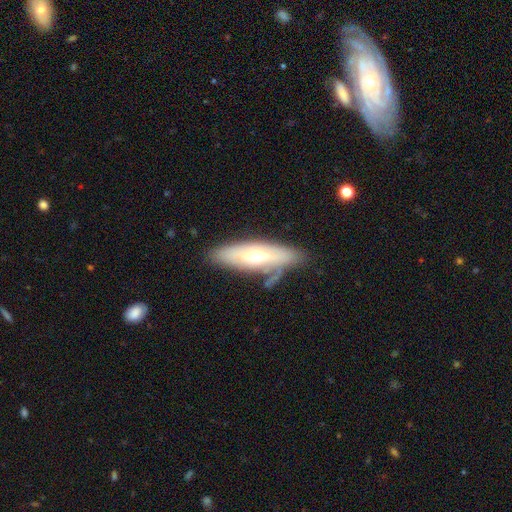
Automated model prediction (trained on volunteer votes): smooth_or_featured: featured or disk (p=0.47) [alt: smooth p=0.46]
merging: none (p=0.64) [alt: minor disturbance p=0.21]